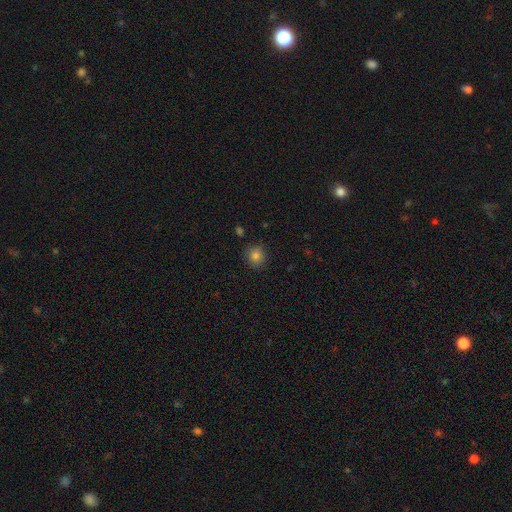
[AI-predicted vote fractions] smooth 82%, star or artifact 12%, featured or disk 6%. Down the decision tree: how rounded — round (87%); merging — none (86%).